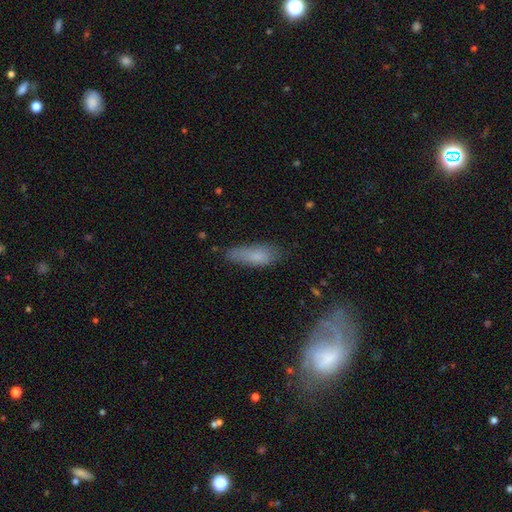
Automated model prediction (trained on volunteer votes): A smooth galaxy with no disk features (77%) that is in between round and cigar-shaped (56%).

Vote fractions:
- Smooth or featured? smooth: 77% / featured or disk: 15% / star or artifact: 8%
- How rounded? in between: 56% / cigar-shaped: 41% / round: 2%
- Merging? none: 62% / minor disturbance: 26% / major disturbance: 8% / merger: 3%